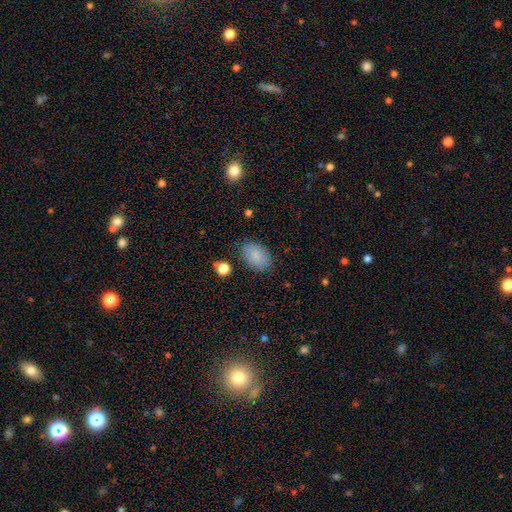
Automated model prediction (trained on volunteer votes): This appears to be a smooth galaxy with no disk features (86%) that is in between round and cigar-shaped (90%). Merging: none (82%).